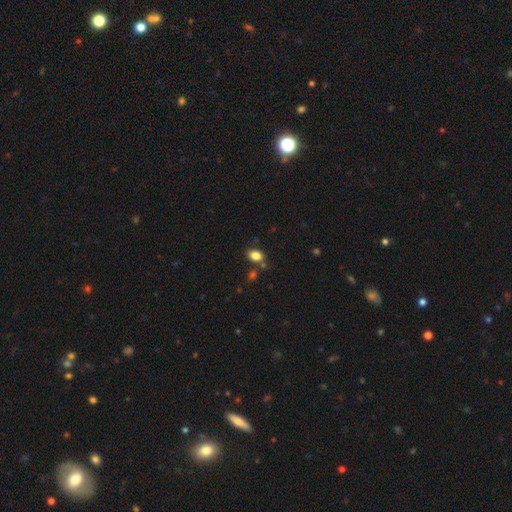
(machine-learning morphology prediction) This appears to be a smooth galaxy with no disk features (83%) that is in between round and cigar-shaped (82%). Merging: none (71%).